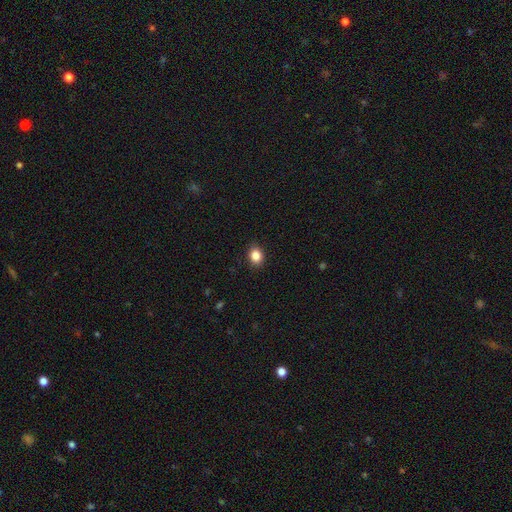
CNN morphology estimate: smooth_or_featured: smooth (p=0.86) [alt: star or artifact p=0.10]
how_rounded: in between (p=0.52) [alt: round p=0.47]
merging: none (p=0.88) [alt: minor disturbance p=0.09]